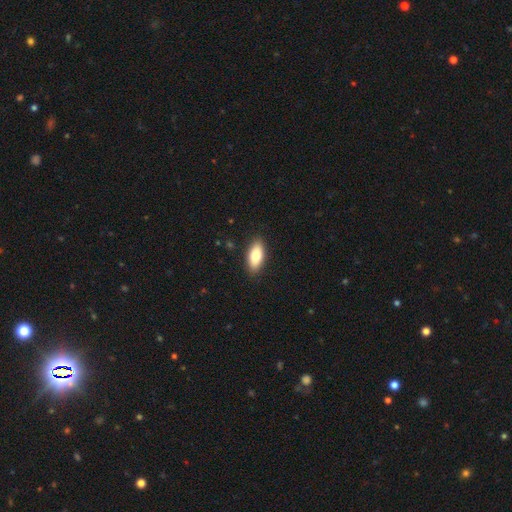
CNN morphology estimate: type=smooth (80%); roundness=in between (85%); merging=none (89%).